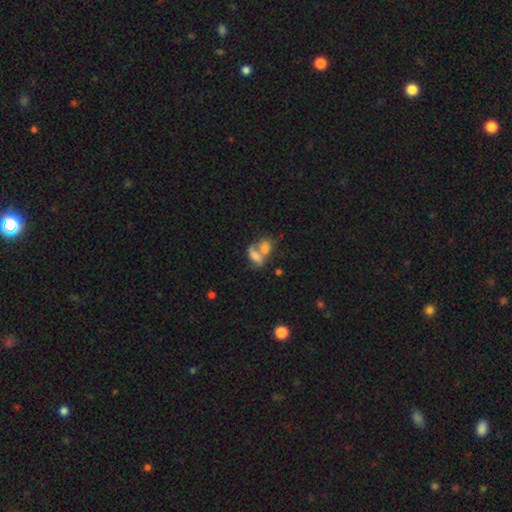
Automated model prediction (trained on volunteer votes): Smooth or featured? smooth (57%)
How rounded? in between (81%)
Merging? merger (67%)